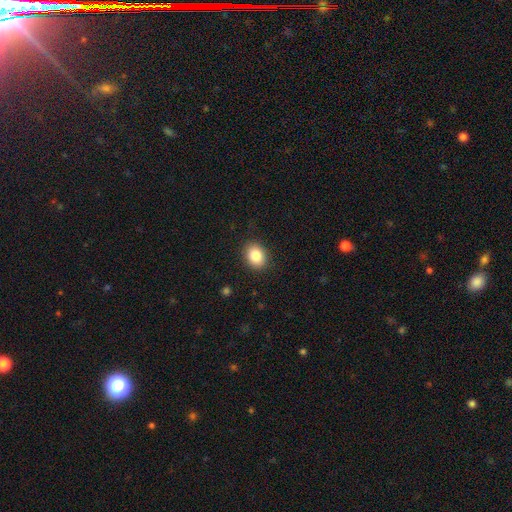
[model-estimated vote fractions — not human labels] Morphology: type=smooth (85%); roundness=in between (53%); merging=none (89%).